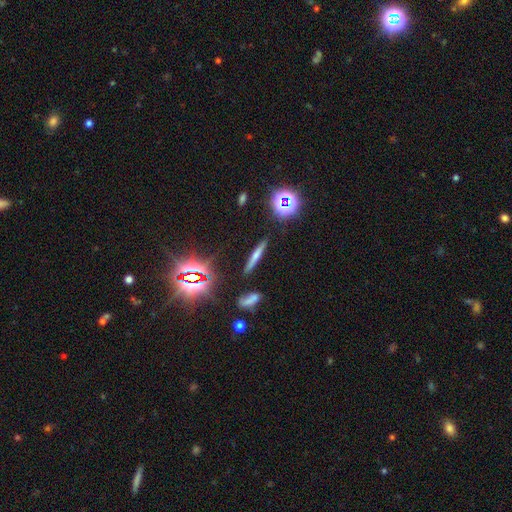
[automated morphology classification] Smooth or featured? Predicted: smooth (p=0.47). Merging? Predicted: none (p=0.86).